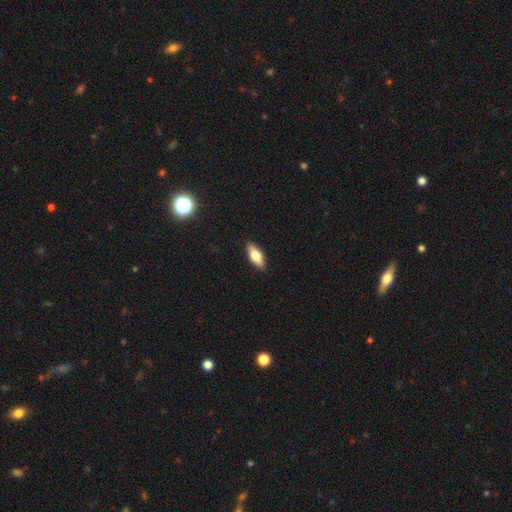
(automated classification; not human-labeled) Smooth or featured? smooth (61%)
How rounded? in between (73%)
Merging? none (89%)